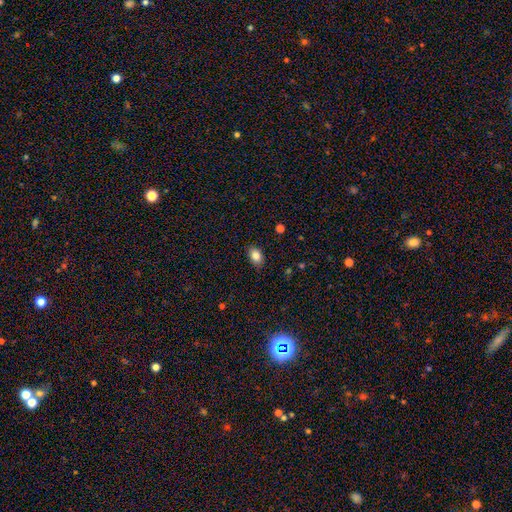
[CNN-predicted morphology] type=smooth (84%); roundness=in between (83%); merging=none (86%).